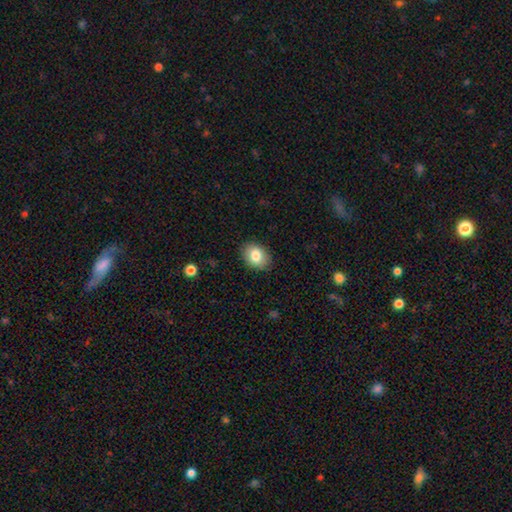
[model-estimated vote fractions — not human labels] A smooth galaxy with no disk features (83%) that is in between round and cigar-shaped (67%). Merging: none (88%).